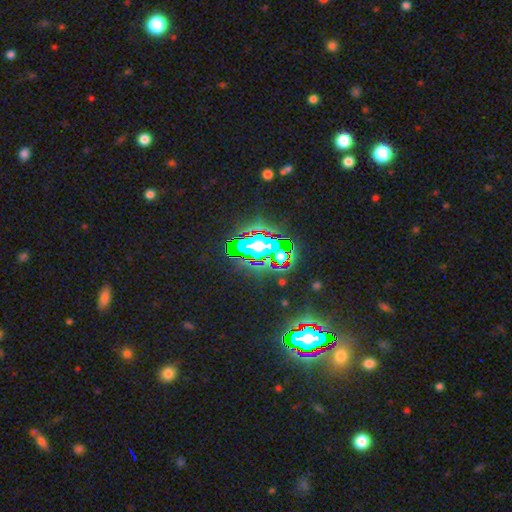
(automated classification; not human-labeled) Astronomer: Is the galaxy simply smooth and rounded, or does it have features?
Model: star or artifact — 82%.